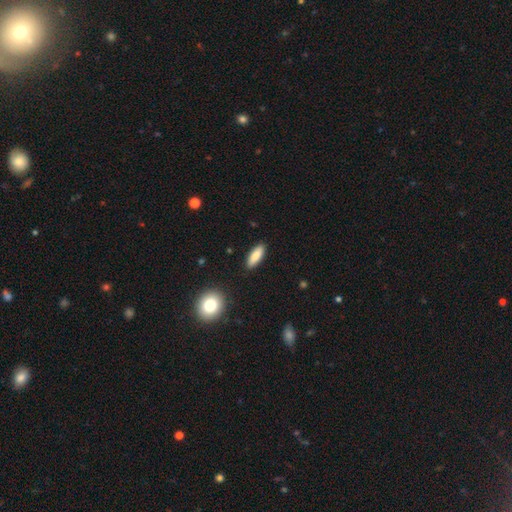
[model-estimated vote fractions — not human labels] Q: Smooth or featured?
A: smooth (85%); runner-up: featured or disk (8%)
Q: How rounded?
A: in between (62%); runner-up: cigar-shaped (36%)
Q: Merging?
A: none (88%); runner-up: minor disturbance (8%)